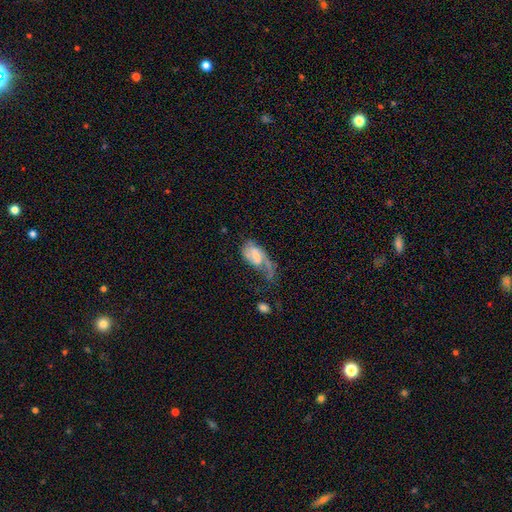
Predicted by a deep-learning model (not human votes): smooth_or_featured: featured or disk (p=0.65) [alt: smooth p=0.28]
disk_edge_on: no (p=0.96) [alt: yes p=0.04]
bar: weak (p=0.47) [alt: no p=0.37]
has_spiral_arms: yes (p=0.84) [alt: no p=0.16]
spiral_winding: loose (p=0.42) [alt: medium p=0.37]
spiral_arm_count: 1 (p=0.52) [alt: 2 p=0.35]
bulge_size: small (p=0.42) [alt: moderate p=0.36]
merging: major disturbance (p=0.48) [alt: none p=0.25]